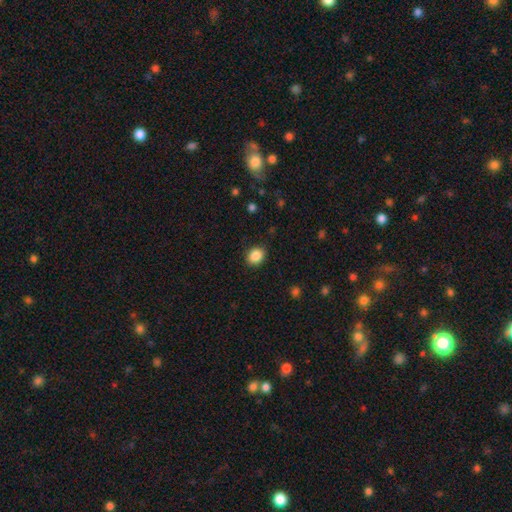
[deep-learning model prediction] Smooth or featured? smooth (87%)
How rounded? round (57%)
Merging? none (88%)